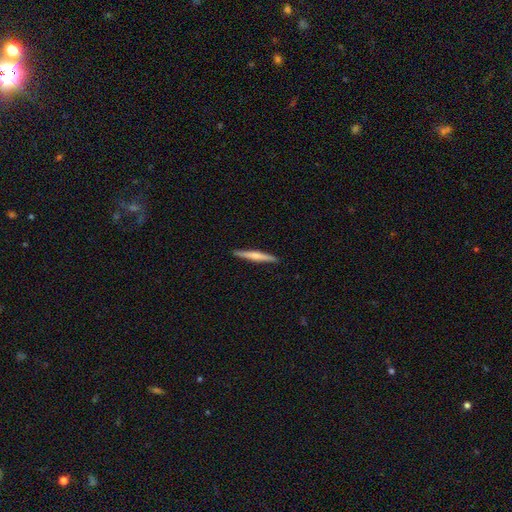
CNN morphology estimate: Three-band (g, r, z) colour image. It shows a featured or disk galaxy (50%) viewed edge-on (97%). Merging: none (92%).